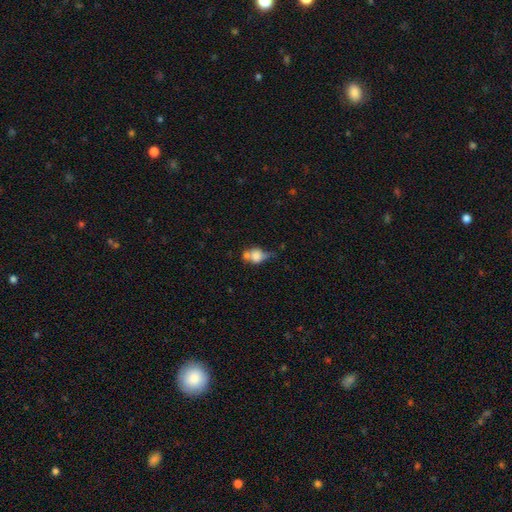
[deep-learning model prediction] The model was most divided on "merging": merger: 34%, none: 30%, minor disturbance: 22%, major disturbance: 14%. More confident: smooth or featured — smooth (67%); how rounded — round (52%).